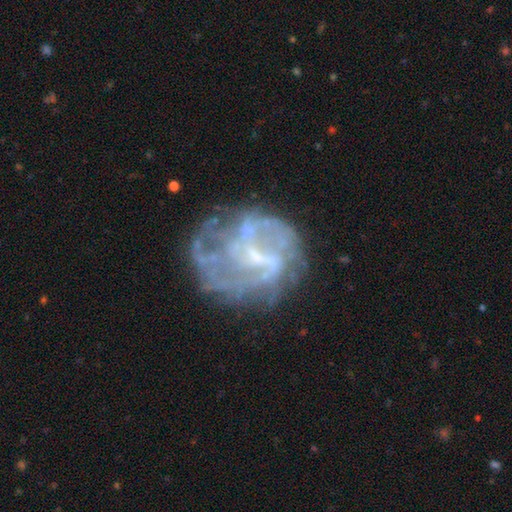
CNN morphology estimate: A featured or disk galaxy (78%) with a weak bar (51%), spiral arms (61%) and a small central bulge (47%). Merging: none (54%).